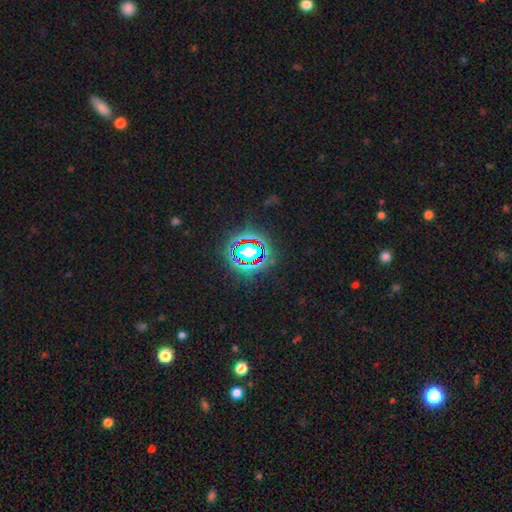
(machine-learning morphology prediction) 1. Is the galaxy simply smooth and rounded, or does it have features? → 77% star or artifact, 14% smooth, 9% featured or disk.